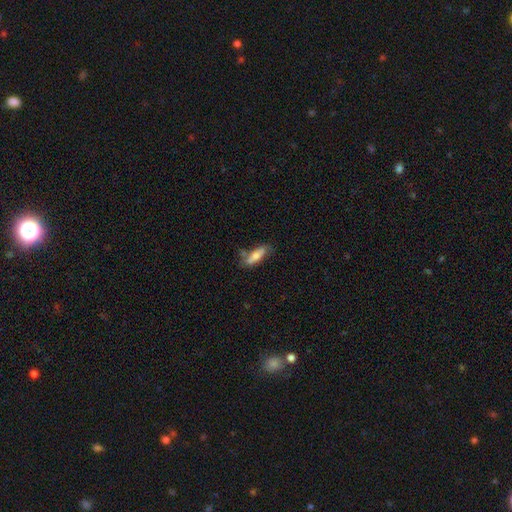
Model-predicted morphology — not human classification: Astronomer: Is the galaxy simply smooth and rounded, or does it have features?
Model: smooth — 66%.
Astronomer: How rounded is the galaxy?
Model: in between — 50% (runner-up: cigar-shaped, 48%).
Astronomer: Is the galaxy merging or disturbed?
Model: none — 60%.